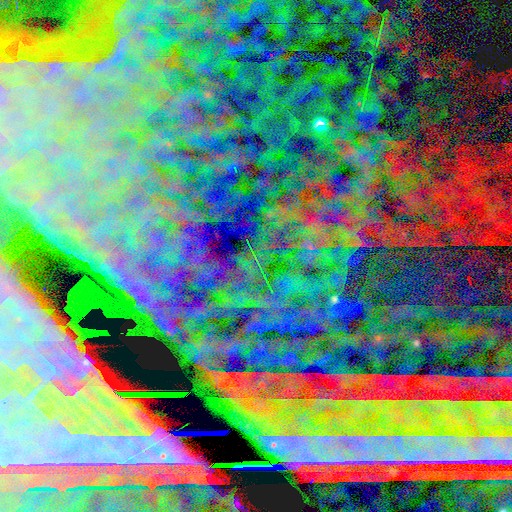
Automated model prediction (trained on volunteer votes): Smooth or featured? Predicted: star or artifact (p=0.88).